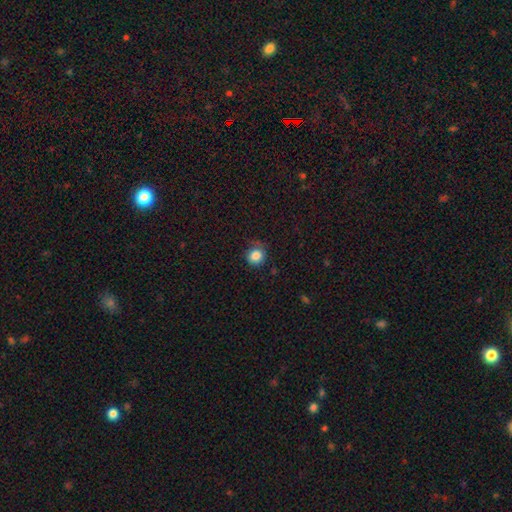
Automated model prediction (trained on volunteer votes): Overall: smooth (84%). How rounded: round (85%). Merging: none (69%).